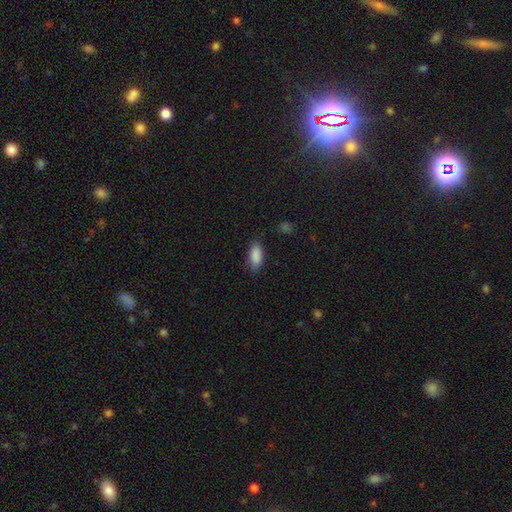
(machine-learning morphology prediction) smooth 89%, star or artifact 7%, featured or disk 4%. Down the decision tree: how rounded — in between (87%); merging — none (81%).